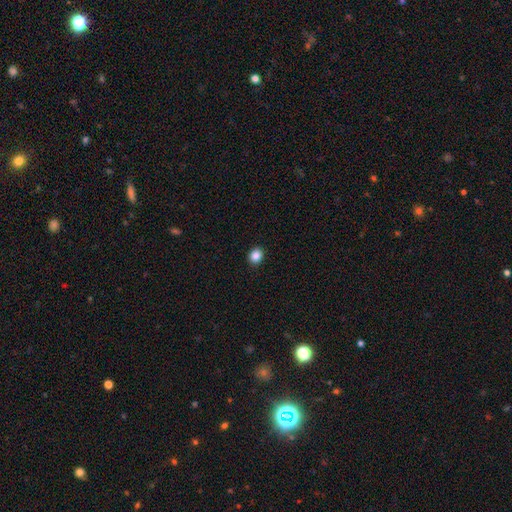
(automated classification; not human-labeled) Smooth or featured: smooth — 86% (star or artifact — 10%)
How rounded: round — 65% (in between — 34%)
Merging: none — 92% (minor disturbance — 5%)